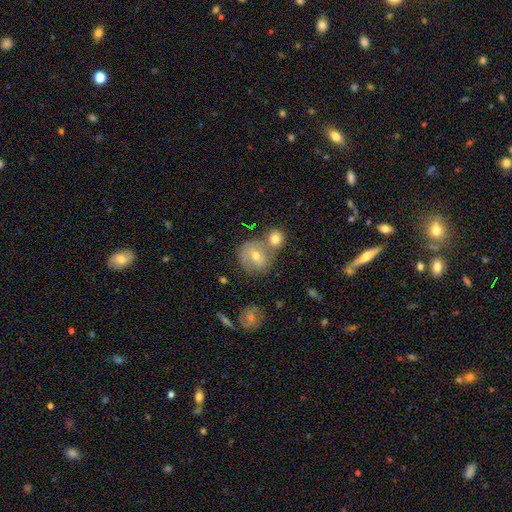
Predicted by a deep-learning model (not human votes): smooth-or-featured: smooth: 52% | featured or disk: 39% | star or artifact: 9%
  how-rounded: round: 78% | in between: 21% | cigar-shaped: 1%
  merging: none: 42% | merger: 41% | minor disturbance: 12% | major disturbance: 5%